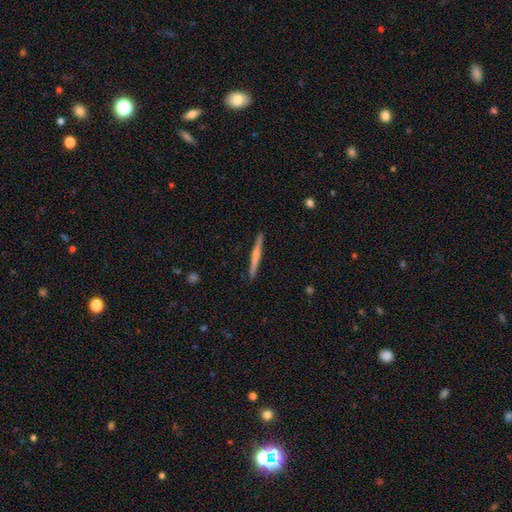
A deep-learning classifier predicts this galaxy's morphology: Overall: featured or disk (50%; smooth 44%). Edge-on disk: yes (98%). Merging: none (91%).